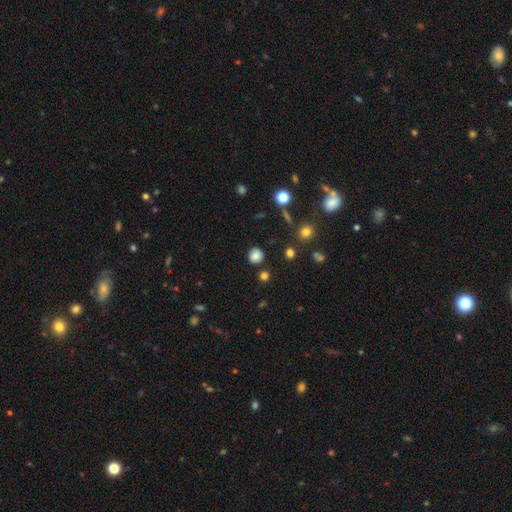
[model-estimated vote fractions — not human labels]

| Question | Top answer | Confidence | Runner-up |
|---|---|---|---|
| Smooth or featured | smooth | 82% | star or artifact (13%) |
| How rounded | round | 87% | in between (12%) |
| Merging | none | 84% | minor disturbance (10%) |